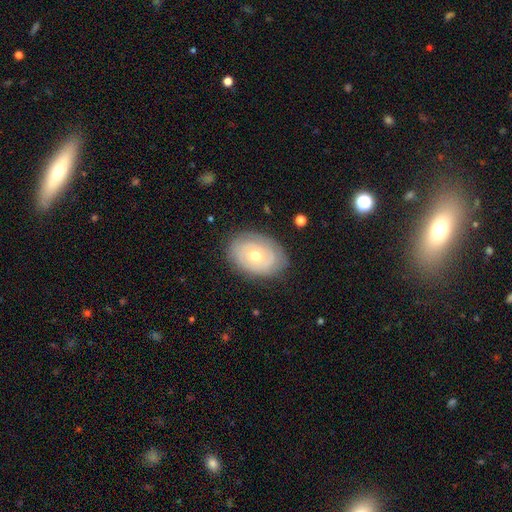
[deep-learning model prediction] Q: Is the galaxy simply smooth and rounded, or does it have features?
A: featured or disk — 67%.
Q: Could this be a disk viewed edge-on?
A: no — 95%.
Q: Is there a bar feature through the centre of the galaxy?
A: no — 82%.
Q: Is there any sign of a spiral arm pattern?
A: yes — 70%.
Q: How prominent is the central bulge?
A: moderate — 65%.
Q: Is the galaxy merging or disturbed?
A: none — 80%.